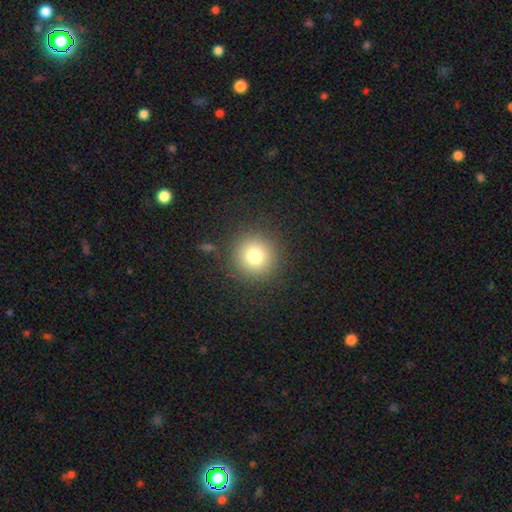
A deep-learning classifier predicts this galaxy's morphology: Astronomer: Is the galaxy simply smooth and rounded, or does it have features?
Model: smooth — 76%.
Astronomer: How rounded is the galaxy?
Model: round — 96%.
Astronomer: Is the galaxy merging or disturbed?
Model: none — 91%.